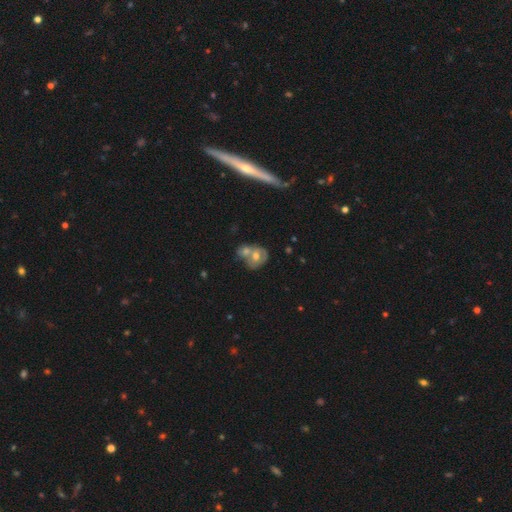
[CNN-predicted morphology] Smooth or featured?
  - smooth: 49% *
  - featured or disk: 42%
  - star or artifact: 9%
Merging?
  - merger: 62% *
  - none: 23%
  - minor disturbance: 9%
  - major disturbance: 5%